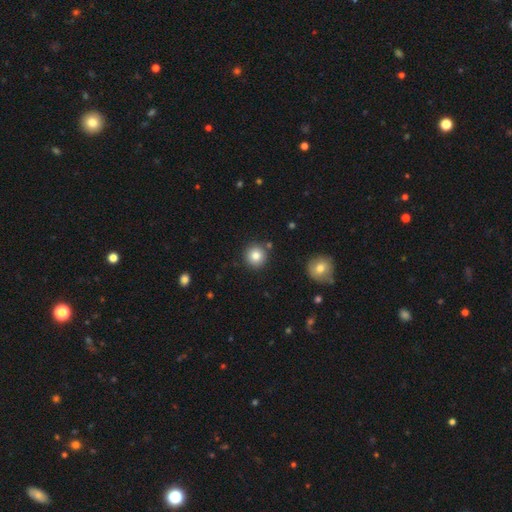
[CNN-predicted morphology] This appears to be a smooth galaxy with no disk features (83%) that is round (94%). Merging: none (87%).